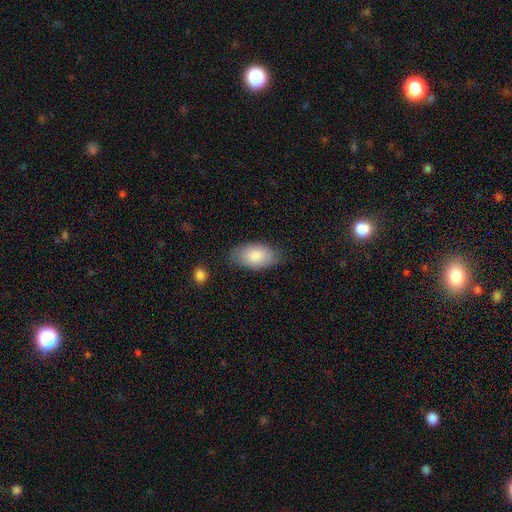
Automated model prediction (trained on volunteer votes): A smooth galaxy with no disk features (84%) that is in between round and cigar-shaped (94%).

Vote fractions:
- Smooth or featured? smooth: 84% / featured or disk: 10% / star or artifact: 6%
- How rounded? in between: 94% / round: 3% / cigar-shaped: 2%
- Merging? none: 78% / minor disturbance: 16% / major disturbance: 4% / merger: 2%